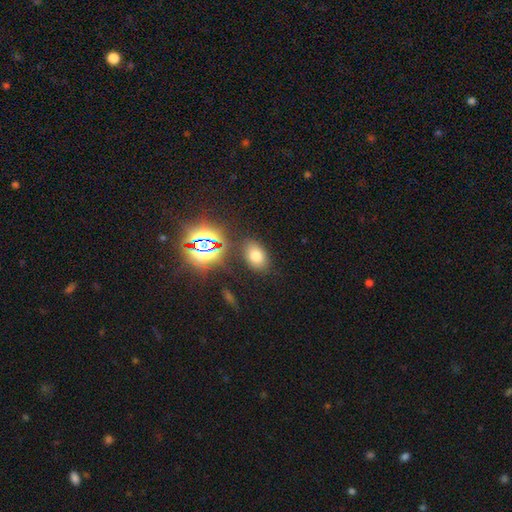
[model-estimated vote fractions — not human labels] Morphology: type=smooth (67%); roundness=in between (83%); merging=none (82%).